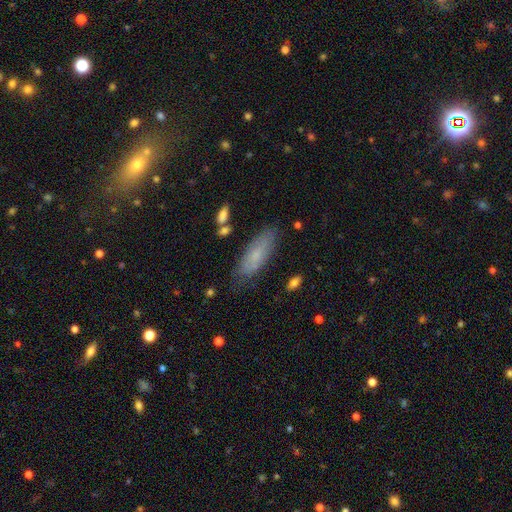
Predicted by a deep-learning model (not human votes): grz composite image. It shows a smooth galaxy with no disk features (67%) that is in between round and cigar-shaped (60%). Merging: none (76%).